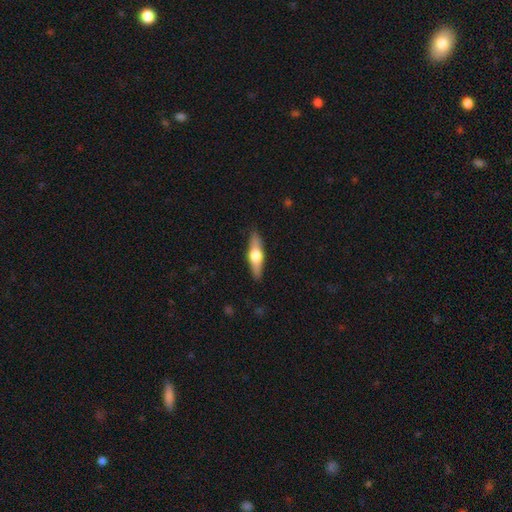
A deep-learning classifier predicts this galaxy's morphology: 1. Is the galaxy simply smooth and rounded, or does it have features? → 56% featured or disk, 39% smooth, 5% star or artifact.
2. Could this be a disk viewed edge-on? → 93% yes, 7% no.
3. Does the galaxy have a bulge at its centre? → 95% rounded, 3% boxy, 2% none.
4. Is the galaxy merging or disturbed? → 89% none, 8% minor disturbance, 2% major disturbance, 1% merger.